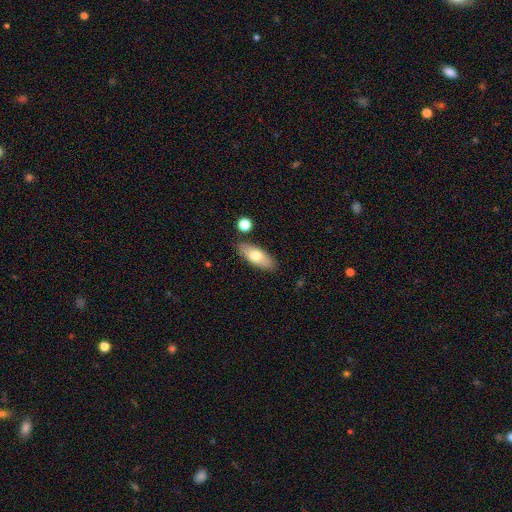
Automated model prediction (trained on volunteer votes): A smooth galaxy with no disk features (68%) that is in between round and cigar-shaped (75%).

Vote fractions:
- Smooth or featured? smooth: 68% / featured or disk: 25% / star or artifact: 6%
- How rounded? in between: 75% / cigar-shaped: 22% / round: 3%
- Merging? none: 83% / minor disturbance: 11% / merger: 4% / major disturbance: 2%